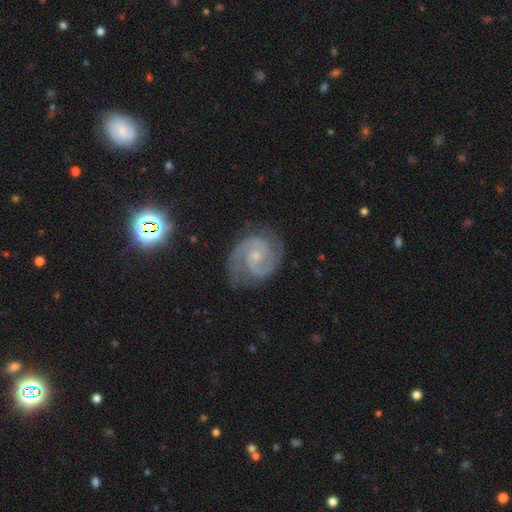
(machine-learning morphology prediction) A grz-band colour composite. It shows a featured or disk galaxy (90%) with no bar (63%), 2 (90%) medium (53%) spiral arms (98%) and a small central bulge (71%). Merging: none (78%).